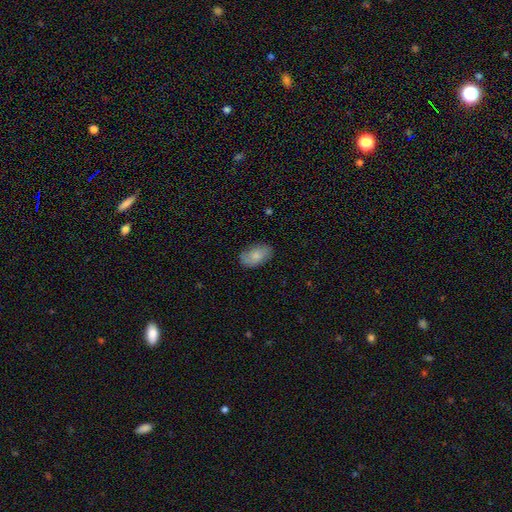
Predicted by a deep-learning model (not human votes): Overall: smooth (77%). How rounded: in between (93%). Merging: none (79%).